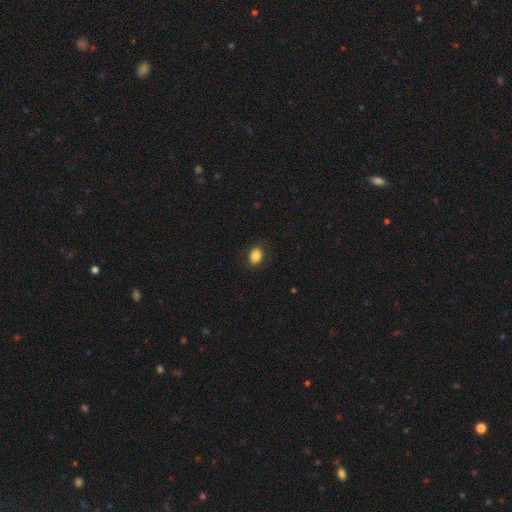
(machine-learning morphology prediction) Smooth or featured: smooth — 84% (star or artifact — 9%)
How rounded: in between — 63% (round — 36%)
Merging: none — 85% (minor disturbance — 11%)